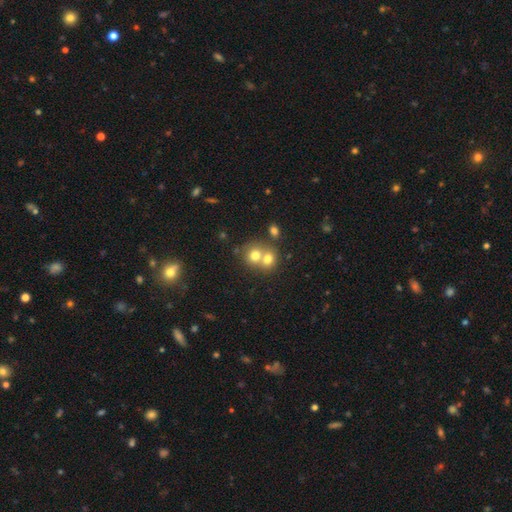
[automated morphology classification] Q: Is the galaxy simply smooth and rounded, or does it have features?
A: smooth — 71%.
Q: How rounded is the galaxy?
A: round — 75%.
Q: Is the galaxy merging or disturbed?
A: merger — 61%.